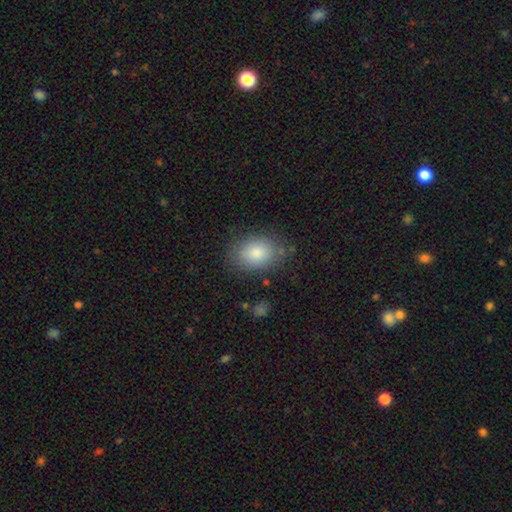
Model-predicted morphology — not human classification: This appears to be a smooth galaxy with no disk features (82%) that is in between round and cigar-shaped (73%). Merging: none (82%).